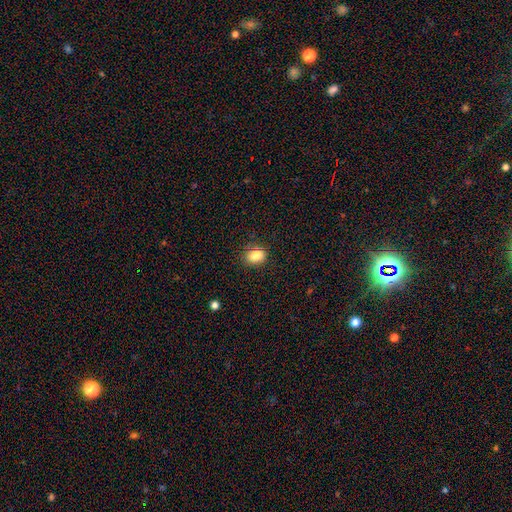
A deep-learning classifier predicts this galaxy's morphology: This is clearly a smooth galaxy (85%). How rounded: likely in between (69%). Merging: clearly none (82%).